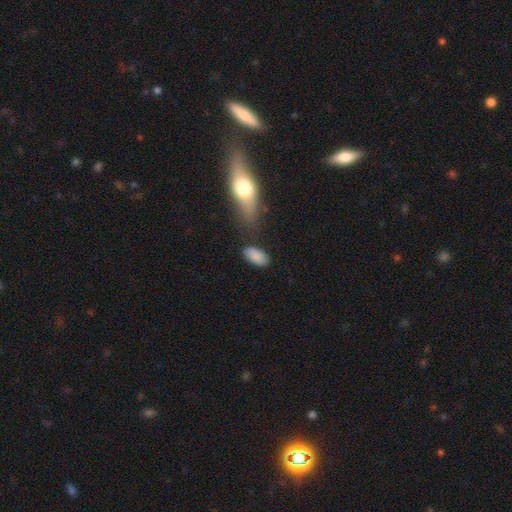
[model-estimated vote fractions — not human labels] A smooth galaxy with no disk features (88%) that is in between round and cigar-shaped (93%).

Vote fractions:
- Smooth or featured? smooth: 88% / star or artifact: 7% / featured or disk: 5%
- How rounded? in between: 93% / cigar-shaped: 4% / round: 3%
- Merging? none: 76% / minor disturbance: 14% / merger: 5% / major disturbance: 5%